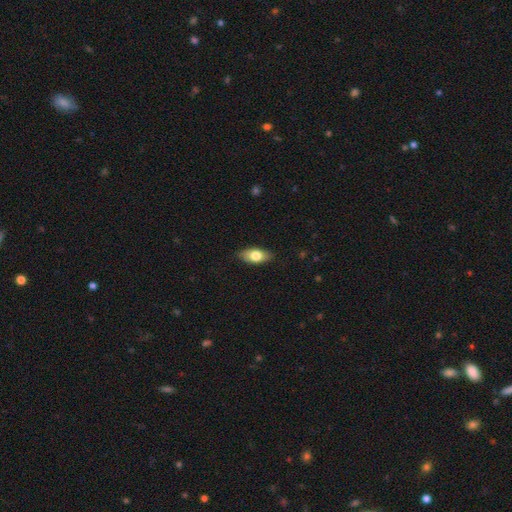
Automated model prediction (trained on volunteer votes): Overall: smooth (72%). How rounded: in between (87%). Merging: none (84%).